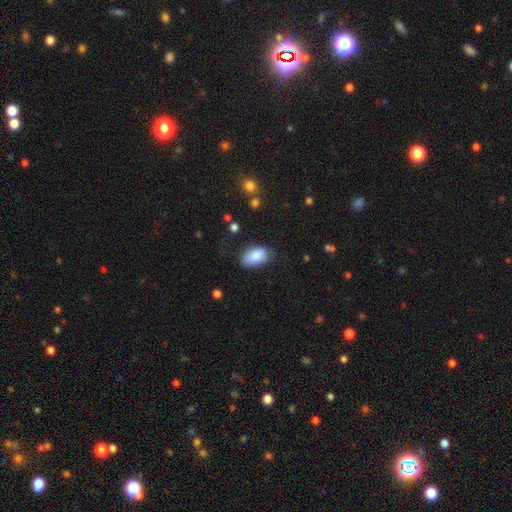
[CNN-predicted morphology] smooth-or-featured: smooth: 86% | featured or disk: 7% | star or artifact: 6%
  how-rounded: in between: 93% | round: 5% | cigar-shaped: 2%
  merging: none: 66% | minor disturbance: 25% | major disturbance: 7% | merger: 2%